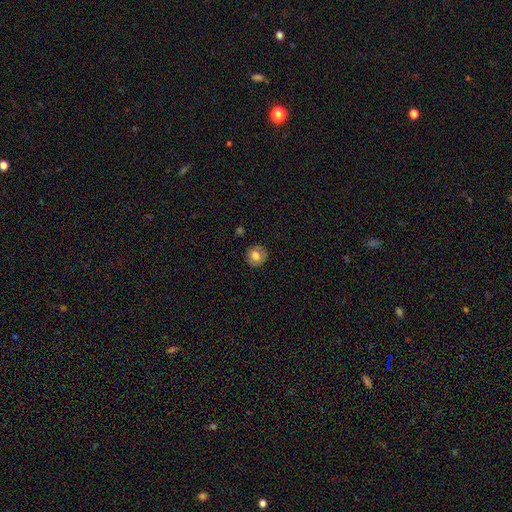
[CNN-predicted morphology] This is likely a smooth galaxy (76%). How rounded: clearly round (89%). Merging: clearly none (88%).